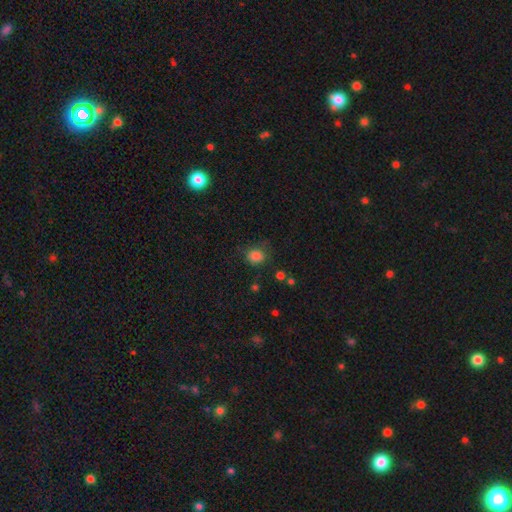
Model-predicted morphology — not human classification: smooth_or_featured: smooth (p=0.83) [alt: star or artifact p=0.13]
how_rounded: round (p=0.77) [alt: in between p=0.22]
merging: none (p=0.72) [alt: minor disturbance p=0.19]